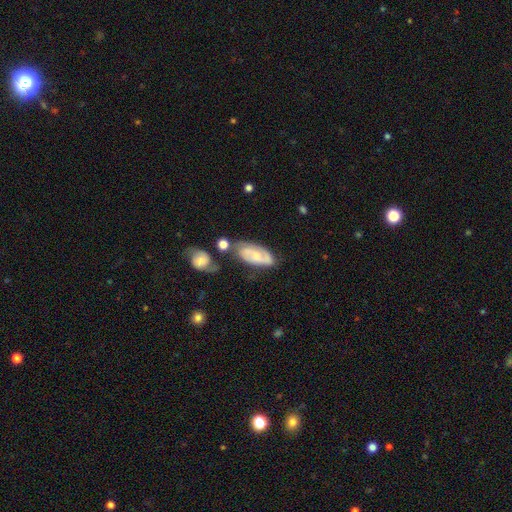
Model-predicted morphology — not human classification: Smooth or featured?
  - featured or disk: 64% *
  - smooth: 30%
  - star or artifact: 7%
Edge-on disk?
  - no: 92% *
  - yes: 8%
Bar?
  - no: 58% *
  - weak: 34%
  - strong: 8%
Spiral arms?
  - yes: 87% *
  - no: 13%
Spiral winding?
  - tight: 45% *
  - medium: 40%
  - loose: 14%
Spiral arm count?
  - 2: 66% *
  - can't tell: 21%
  - 1: 6%
  - 3: 4%
  - 4: 1%
  - more than 4: 1%
Bulge size?
  - small: 44% *
  - moderate: 38%
  - none: 11%
  - large: 6%
  - dominant: 2%
Merging?
  - none: 55% *
  - minor disturbance: 21%
  - merger: 16%
  - major disturbance: 8%